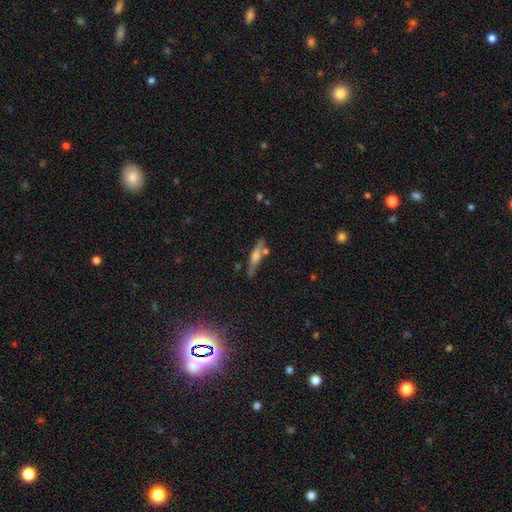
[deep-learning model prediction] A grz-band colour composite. It shows a featured or disk galaxy (46%). Merging: none (72%).